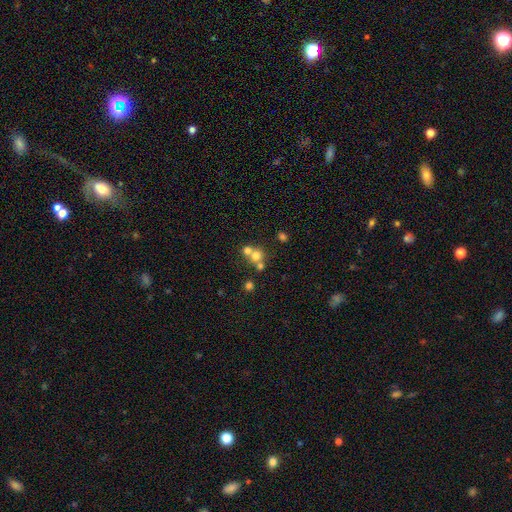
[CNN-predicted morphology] Smooth or featured?
  - smooth: 67% *
  - featured or disk: 17%
  - star or artifact: 16%
How rounded?
  - round: 84% *
  - in between: 15%
  - cigar-shaped: 1%
Merging?
  - merger: 52% *
  - none: 38%
  - minor disturbance: 6%
  - major disturbance: 3%